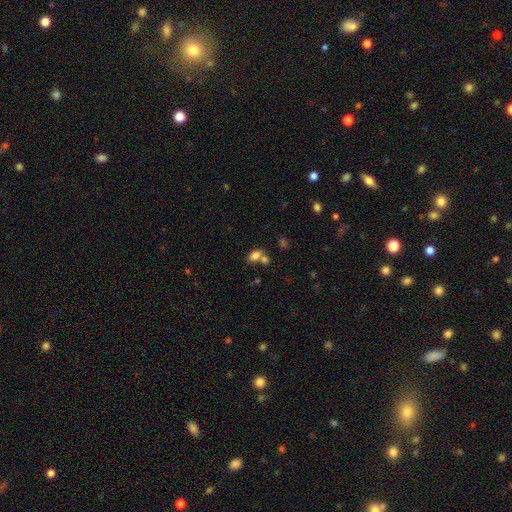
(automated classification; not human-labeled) This appears to be a smooth galaxy with no disk features (78%) that is in between round and cigar-shaped (83%). Merging: merger (43%).